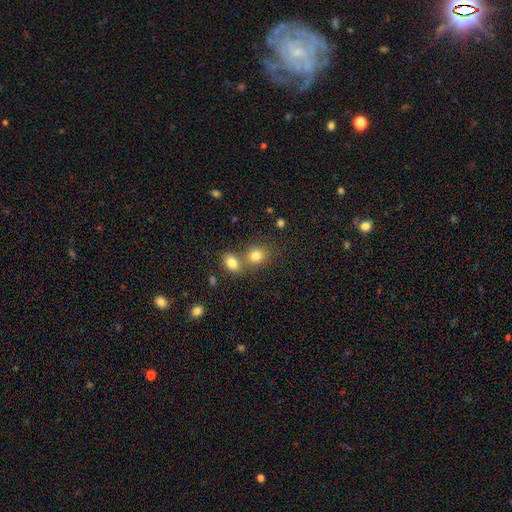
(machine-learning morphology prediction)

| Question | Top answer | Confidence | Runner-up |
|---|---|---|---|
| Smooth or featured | smooth | 81% | star or artifact (11%) |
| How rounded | round | 57% | in between (42%) |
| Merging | none | 46% | merger (42%) |